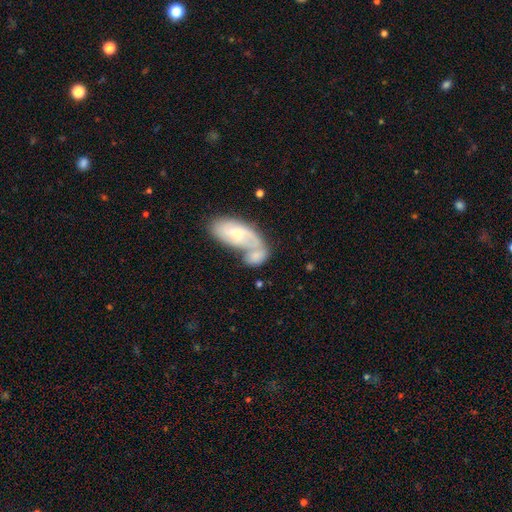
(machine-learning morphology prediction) The model was most divided on "smooth or featured": smooth: 56%, featured or disk: 37%, star or artifact: 7%. More confident: how rounded — in between (84%); merging — merger (60%).